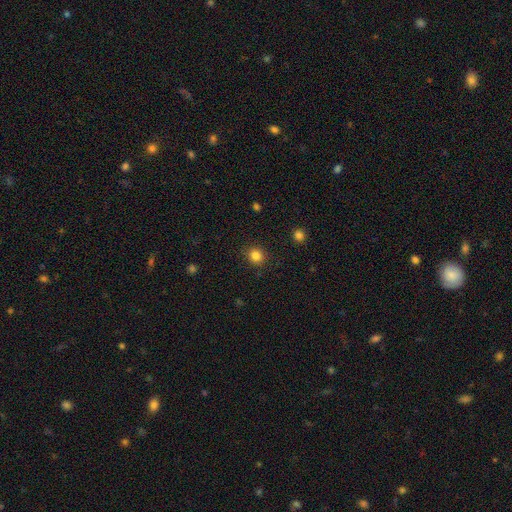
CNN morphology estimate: smooth-or-featured: smooth: 83% | star or artifact: 12% | featured or disk: 5%
  how-rounded: round: 84% | in between: 16% | cigar-shaped: 1%
  merging: none: 88% | minor disturbance: 8% | major disturbance: 3% | merger: 1%